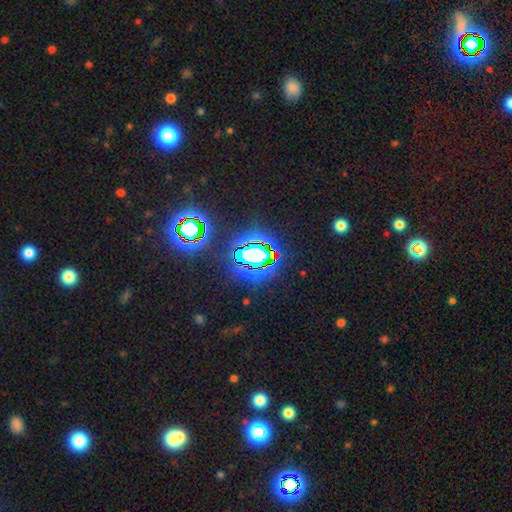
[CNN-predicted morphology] Smooth or featured? star or artifact (71%)